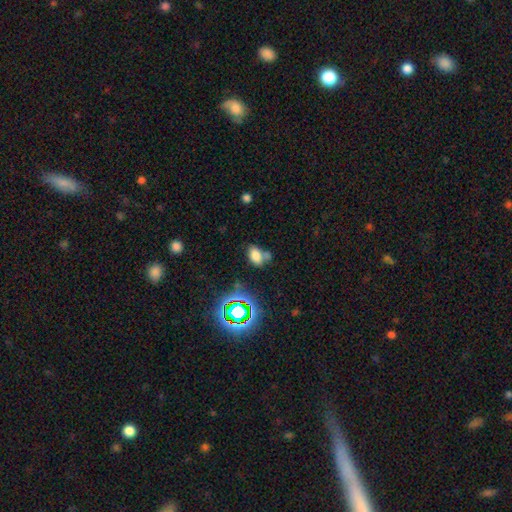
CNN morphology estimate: Smooth or featured? Predicted: smooth (p=0.71). How rounded? Predicted: in between (p=0.84). Merging? Predicted: none (p=0.47).